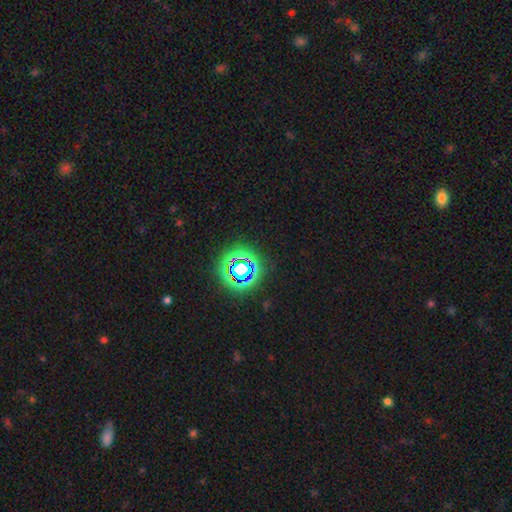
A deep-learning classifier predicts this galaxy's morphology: This is likely a star or artifact rather than a galaxy (73%).